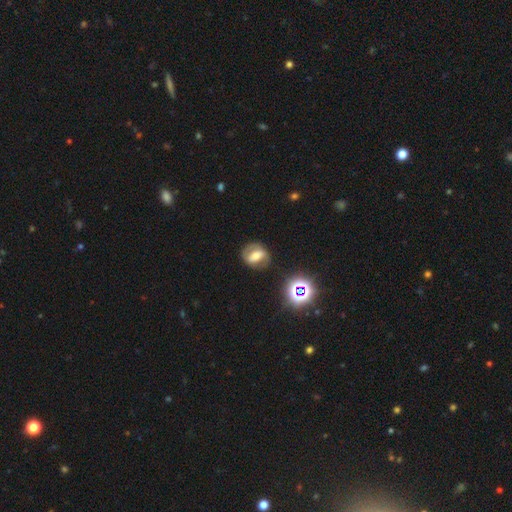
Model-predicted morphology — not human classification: Overall: featured or disk (50%; smooth 36%). Edge-on disk: no (92%). Merging: none (77%).